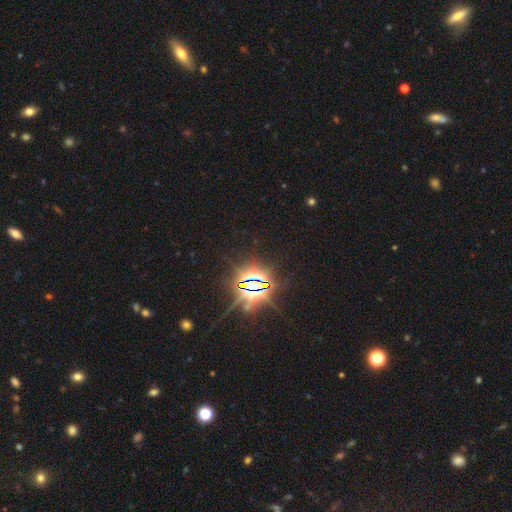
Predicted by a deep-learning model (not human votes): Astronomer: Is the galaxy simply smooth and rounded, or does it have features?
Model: star or artifact — 86%.